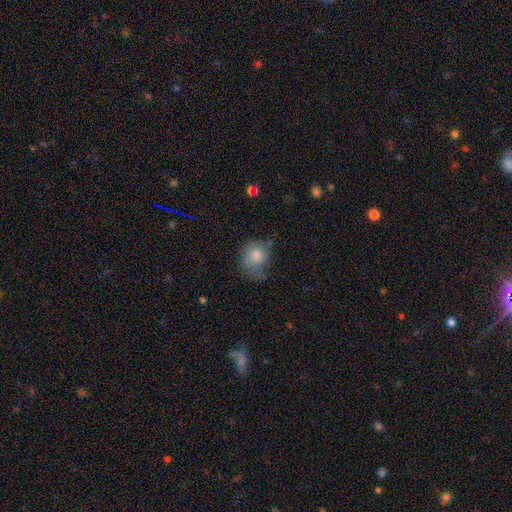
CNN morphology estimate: This is likely a smooth galaxy (71%). How rounded: likely round (62%). Merging: possibly none (45%).